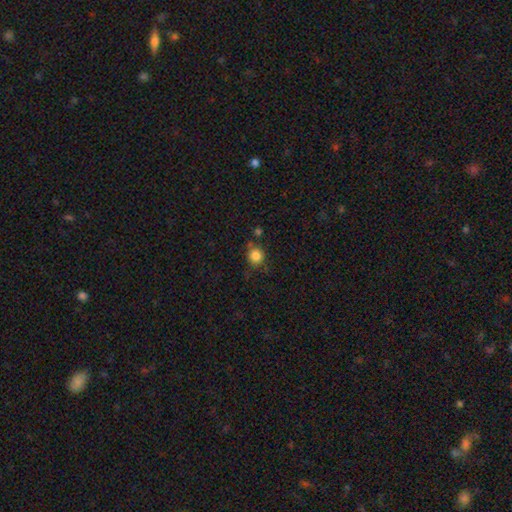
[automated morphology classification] Overall: smooth (84%). How rounded: round (89%). Merging: none (76%).